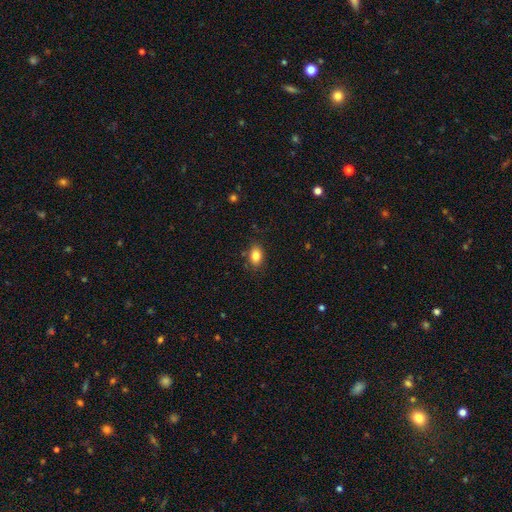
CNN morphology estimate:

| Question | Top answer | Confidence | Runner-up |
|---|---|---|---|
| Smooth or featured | smooth | 84% | star or artifact (9%) |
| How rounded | in between | 81% | round (17%) |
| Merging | none | 83% | minor disturbance (12%) |